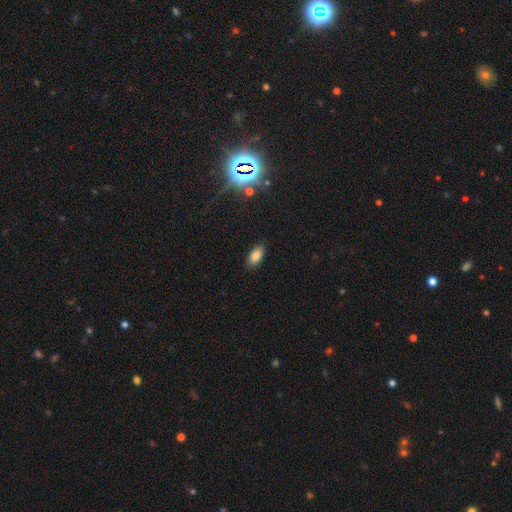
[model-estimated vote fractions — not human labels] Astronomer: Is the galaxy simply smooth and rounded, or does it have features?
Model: smooth — 82%.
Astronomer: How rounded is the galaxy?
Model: in between — 91%.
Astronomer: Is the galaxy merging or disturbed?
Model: none — 87%.